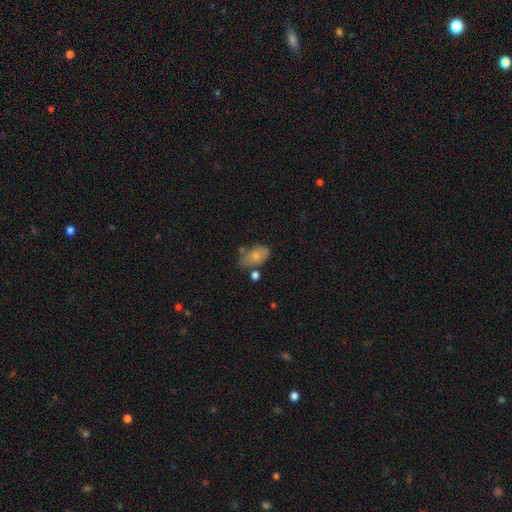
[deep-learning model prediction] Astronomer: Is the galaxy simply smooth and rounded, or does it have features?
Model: smooth — 73%.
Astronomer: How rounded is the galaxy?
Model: in between — 87%.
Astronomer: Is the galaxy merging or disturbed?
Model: none — 46% (runner-up: minor disturbance, 28%).